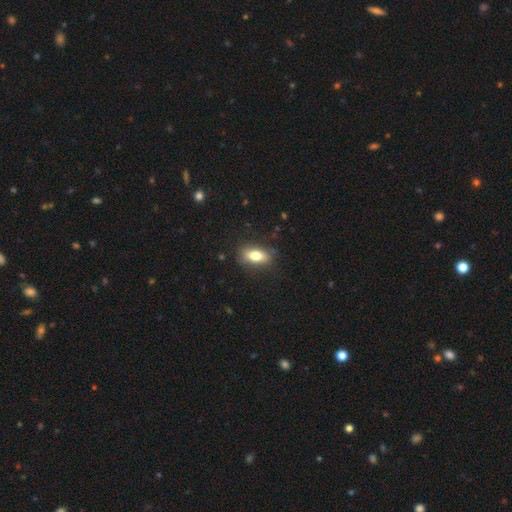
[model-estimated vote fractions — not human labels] A smooth galaxy with no disk features (73%) that is in between round and cigar-shaped (81%). Merging: none (81%).